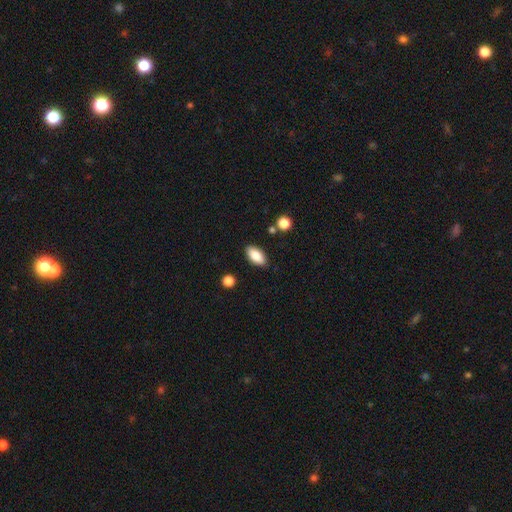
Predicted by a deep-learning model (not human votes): smooth-or-featured: smooth: 86% | featured or disk: 7% | star or artifact: 7%
  how-rounded: in between: 91% | cigar-shaped: 6% | round: 3%
  merging: none: 87% | minor disturbance: 9% | major disturbance: 2% | merger: 2%